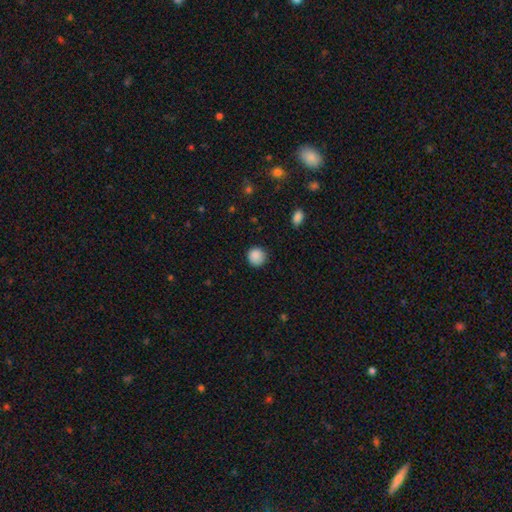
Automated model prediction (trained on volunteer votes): smooth_or_featured: smooth (p=0.88) [alt: star or artifact p=0.09]
how_rounded: round (p=0.93) [alt: in between p=0.06]
merging: none (p=0.86) [alt: minor disturbance p=0.10]